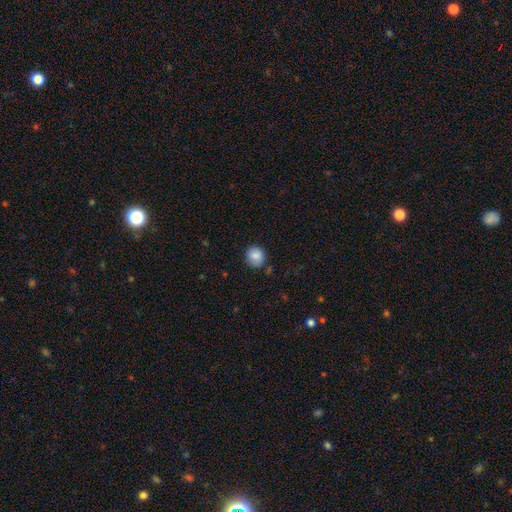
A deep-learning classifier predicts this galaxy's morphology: The model was most divided on "how rounded": round: 81%, in between: 18%, cigar-shaped: 1%. More confident: smooth or featured — smooth (85%); merging — none (82%).